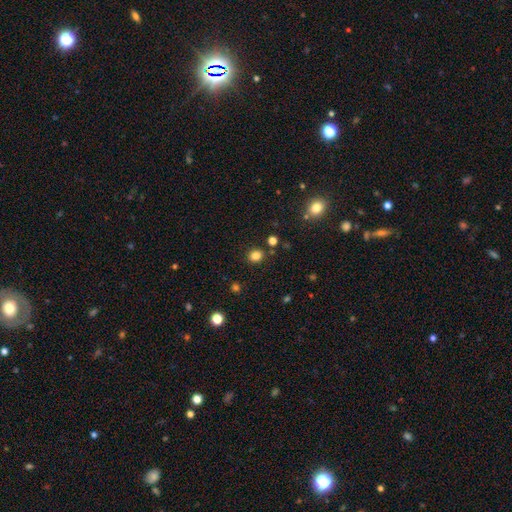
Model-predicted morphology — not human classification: Smooth or featured? Predicted: smooth (p=0.82). How rounded? Predicted: round (p=0.78). Merging? Predicted: none (p=0.87).